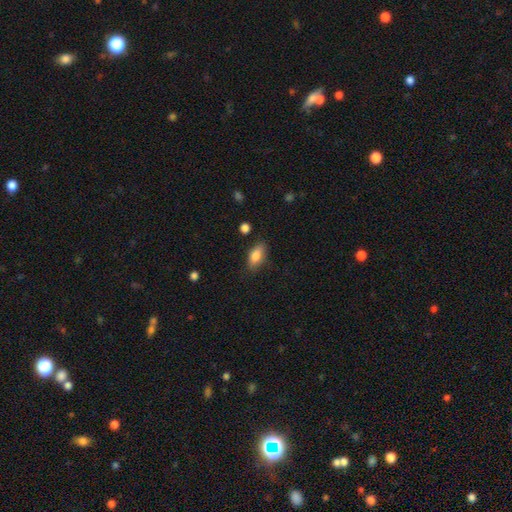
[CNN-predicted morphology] Smooth or featured? Predicted: smooth (p=0.83). How rounded? Predicted: in between (p=0.86). Merging? Predicted: none (p=0.80).